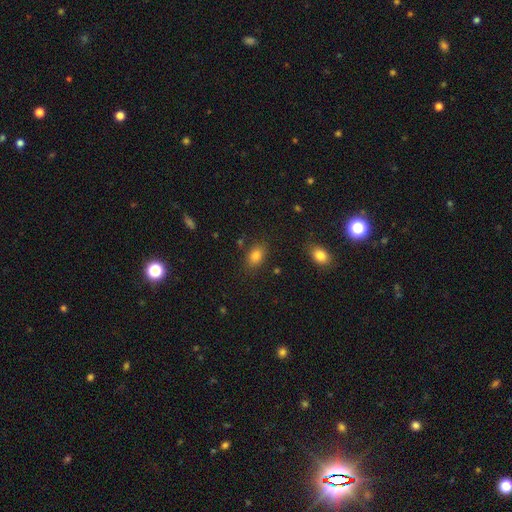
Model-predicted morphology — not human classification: smooth-or-featured: smooth: 82% | star or artifact: 11% | featured or disk: 7%
  how-rounded: in between: 81% | round: 17% | cigar-shaped: 2%
  merging: none: 81% | minor disturbance: 12% | major disturbance: 4% | merger: 3%